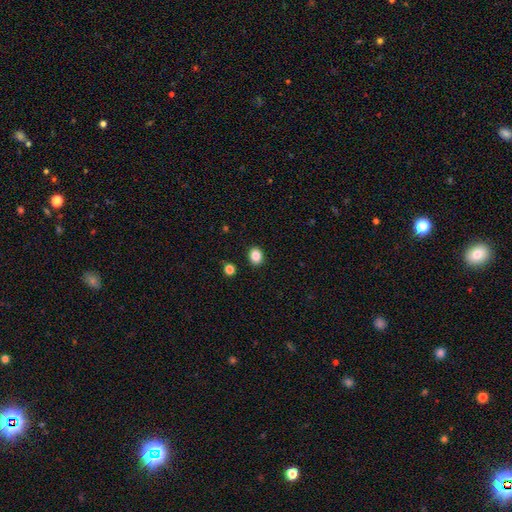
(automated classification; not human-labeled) A smooth galaxy with no disk features (85%) that is round (58%). Merging: none (90%).